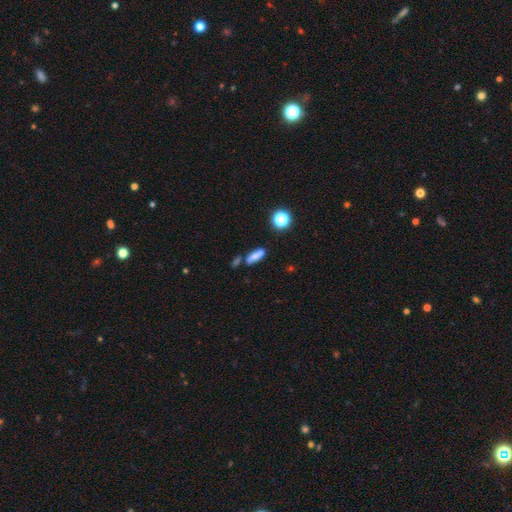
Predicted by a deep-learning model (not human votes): A smooth galaxy with no disk features (63%) that is in between round and cigar-shaped (51%).

Vote fractions:
- Smooth or featured? smooth: 63% / featured or disk: 23% / star or artifact: 14%
- How rounded? in between: 51% / cigar-shaped: 40% / round: 9%
- Merging? none: 54% / merger: 21% / minor disturbance: 17% / major disturbance: 7%